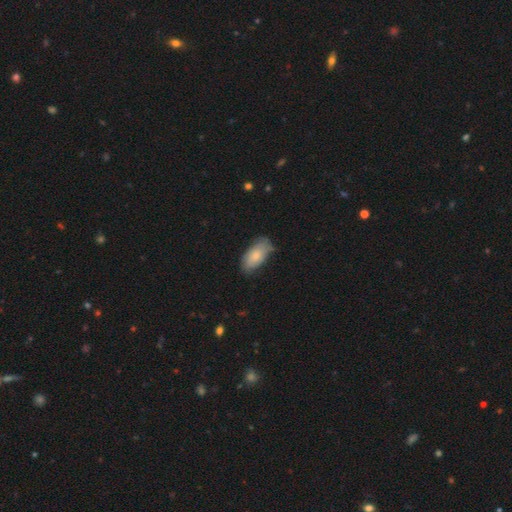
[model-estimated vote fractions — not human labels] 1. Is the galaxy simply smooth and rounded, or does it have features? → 73% smooth, 21% featured or disk, 6% star or artifact.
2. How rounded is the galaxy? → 93% in between, 4% cigar-shaped, 3% round.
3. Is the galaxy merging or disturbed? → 64% none, 29% minor disturbance, 6% major disturbance, 2% merger.